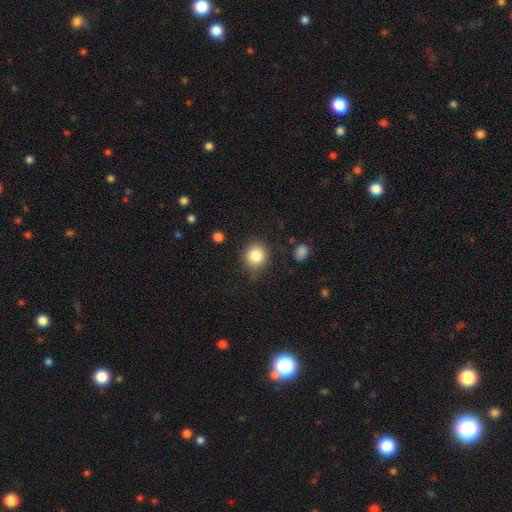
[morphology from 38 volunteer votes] smooth_or_featured: smooth (p=1.00)
how_rounded: round (p=0.95) [alt: in between p=0.05]
merging: none (p=0.68) [alt: merger p=0.16]